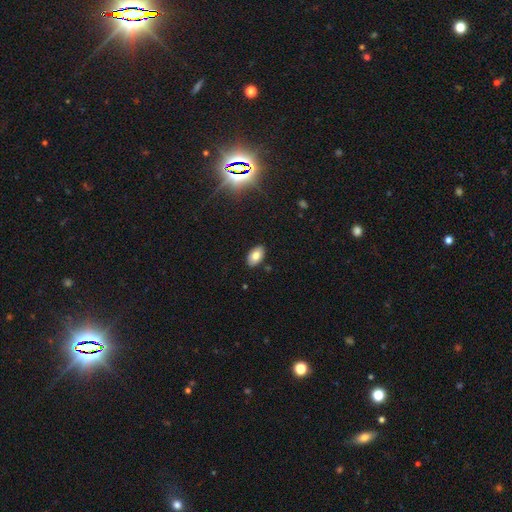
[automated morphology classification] smooth 78%, featured or disk 13%, star or artifact 9%. Down the decision tree: how rounded — in between (94%); merging — none (87%).